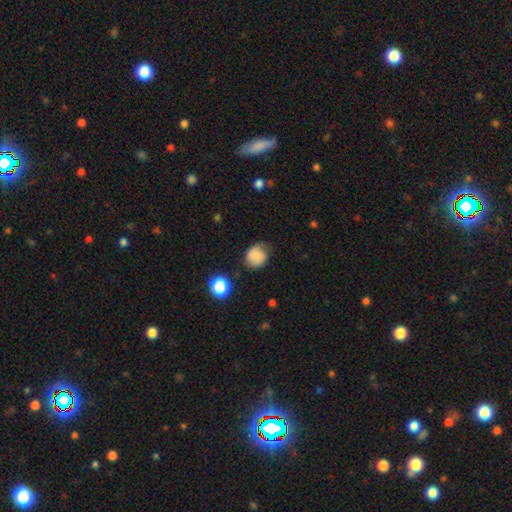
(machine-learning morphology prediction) type=smooth (76%); roundness=round (71%); merging=none (64%).